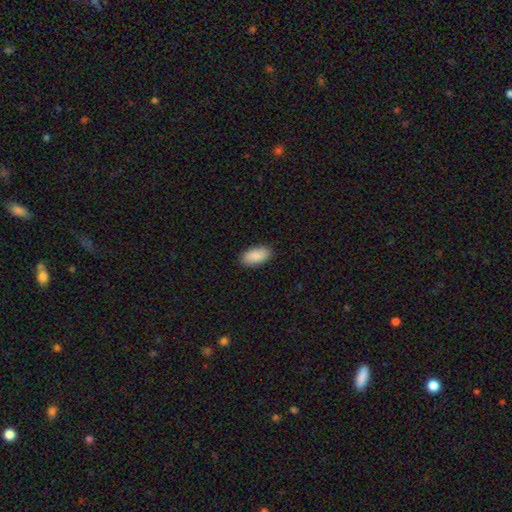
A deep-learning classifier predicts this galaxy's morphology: A smooth galaxy with no disk features (89%) that is in between round and cigar-shaped (94%). Merging: none (89%).